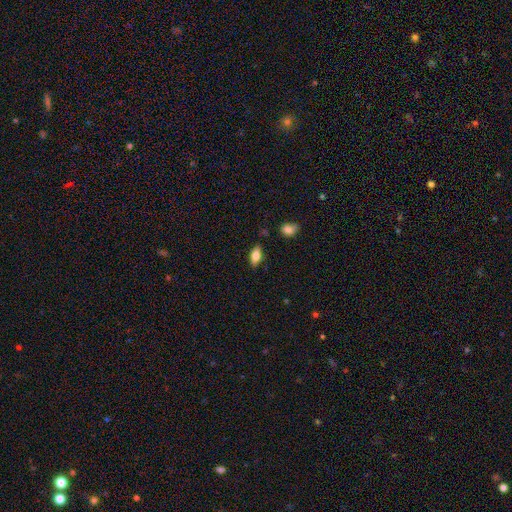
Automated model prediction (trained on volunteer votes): Smooth or featured?
  - smooth: 73% *
  - featured or disk: 19%
  - star or artifact: 7%
How rounded?
  - in between: 85% *
  - cigar-shaped: 12%
  - round: 3%
Merging?
  - none: 83% *
  - minor disturbance: 12%
  - major disturbance: 3%
  - merger: 2%